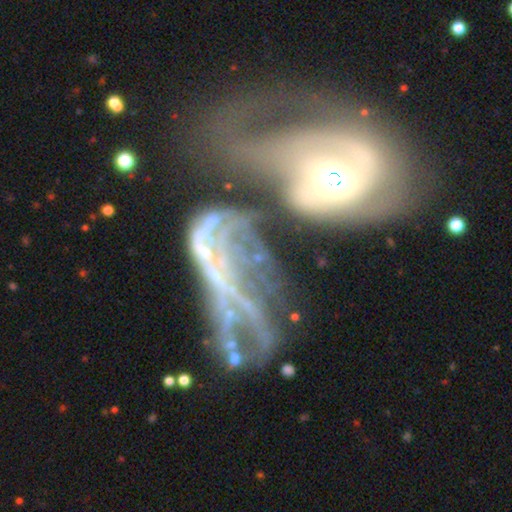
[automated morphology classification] This is likely a featured or disk galaxy (72%). It is clearly not viewed edge-on (92%). Bar: likely no (68%). Spiral arm pattern: possibly yes (54%). Central bulge: marginally moderate (33%). Merging: possibly merger (55%).